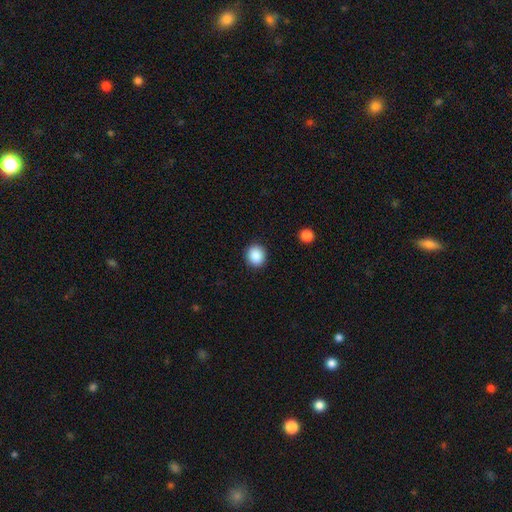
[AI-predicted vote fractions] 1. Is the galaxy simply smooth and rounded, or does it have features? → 88% smooth, 9% star or artifact, 3% featured or disk.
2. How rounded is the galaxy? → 84% round, 15% in between, 1% cigar-shaped.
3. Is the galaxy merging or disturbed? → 91% none, 6% minor disturbance, 2% major disturbance, 1% merger.